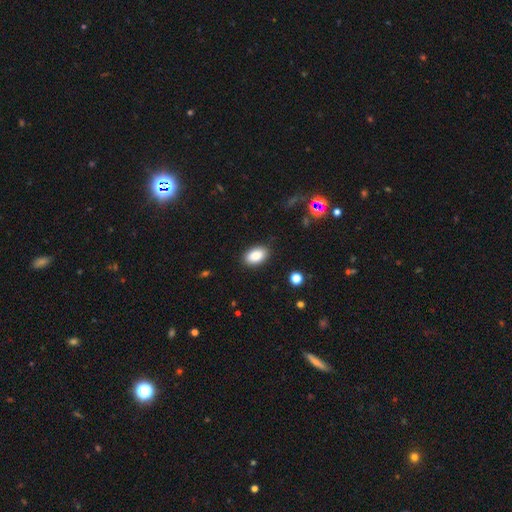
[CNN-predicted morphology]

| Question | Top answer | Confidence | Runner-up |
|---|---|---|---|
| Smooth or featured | smooth | 87% | star or artifact (8%) |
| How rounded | in between | 92% | round (7%) |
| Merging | none | 88% | minor disturbance (9%) |